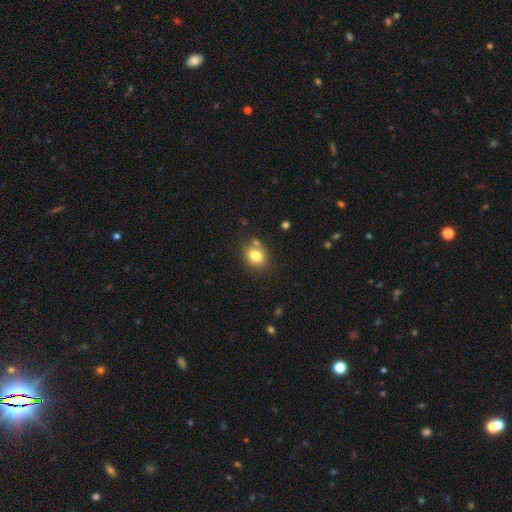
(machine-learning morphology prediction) This is clearly a smooth galaxy (80%). How rounded: possibly round (60%). Merging: likely none (70%).